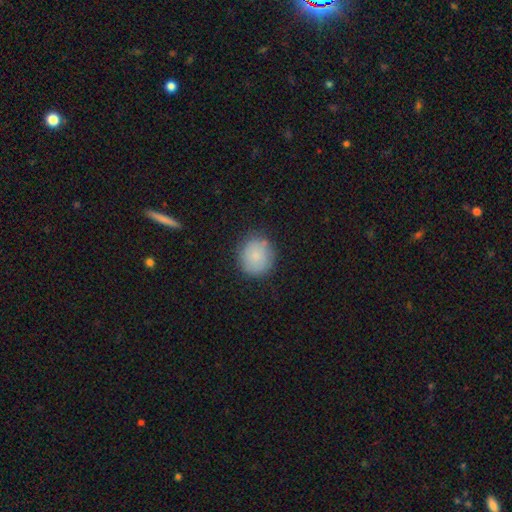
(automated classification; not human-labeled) Smooth or featured? smooth (79%)
How rounded? round (88%)
Merging? none (81%)